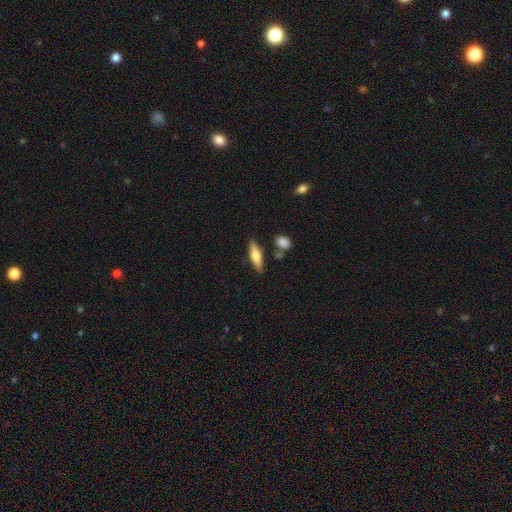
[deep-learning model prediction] A smooth galaxy with no disk features (55%) that is cigar-shaped (61%). Merging: none (80%).